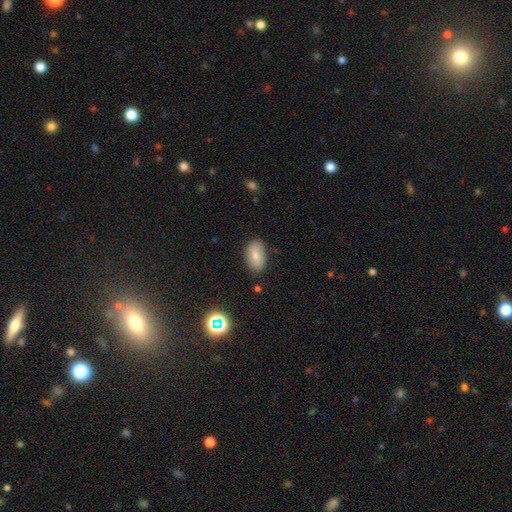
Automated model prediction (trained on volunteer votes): Overall: smooth (77%). How rounded: in between (92%). Merging: none (83%).